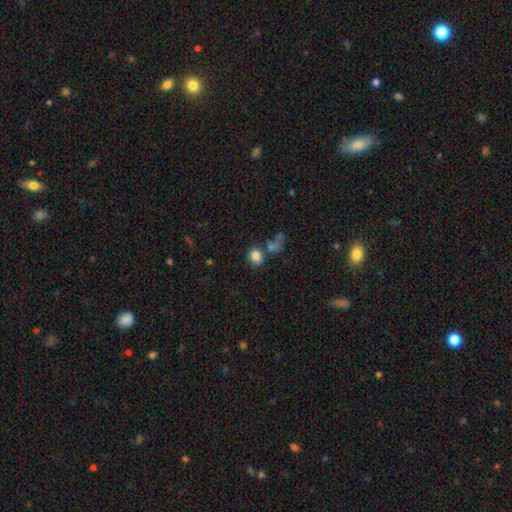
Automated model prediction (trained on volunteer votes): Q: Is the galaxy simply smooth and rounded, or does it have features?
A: smooth — 82%.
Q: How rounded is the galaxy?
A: round — 76%.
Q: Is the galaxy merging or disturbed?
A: none — 58%.